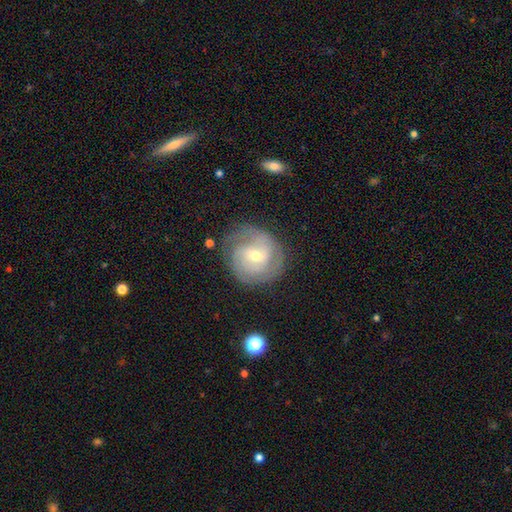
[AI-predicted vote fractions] A featured or disk galaxy (79%) with a weak bar (49%), 2 (42%) tight (60%) spiral arms (93%) and a small central bulge (52%). Merging: none (76%).